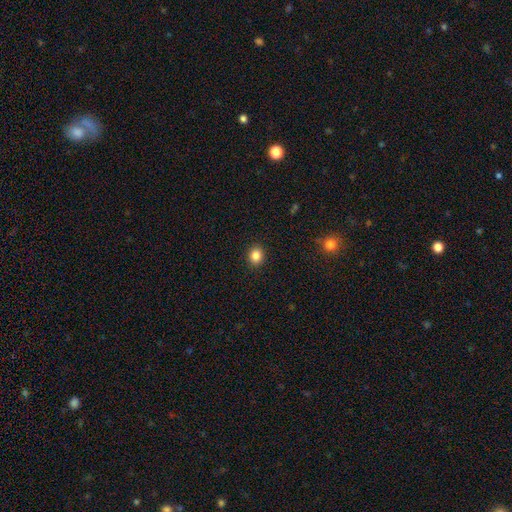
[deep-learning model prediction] Smooth or featured?
  - smooth: 85% *
  - star or artifact: 11%
  - featured or disk: 4%
How rounded?
  - round: 74% *
  - in between: 25%
  - cigar-shaped: 1%
Merging?
  - none: 92% *
  - minor disturbance: 6%
  - major disturbance: 2%
  - merger: 1%